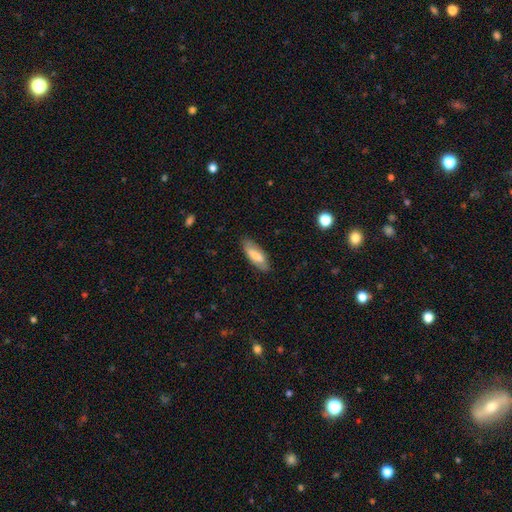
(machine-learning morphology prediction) The model was most divided on "how rounded": in between: 64%, cigar-shaped: 34%, round: 2%. More confident: merging — none (81%); smooth or featured — smooth (77%).